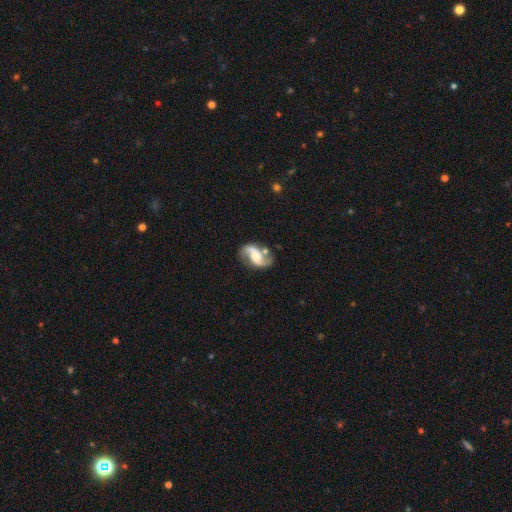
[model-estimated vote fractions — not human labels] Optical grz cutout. It shows a featured or disk galaxy (85%) with no bar (47%), 2 (92%) loose (56%) spiral arms (96%) and a moderate central bulge (44%). Merging: none (66%).